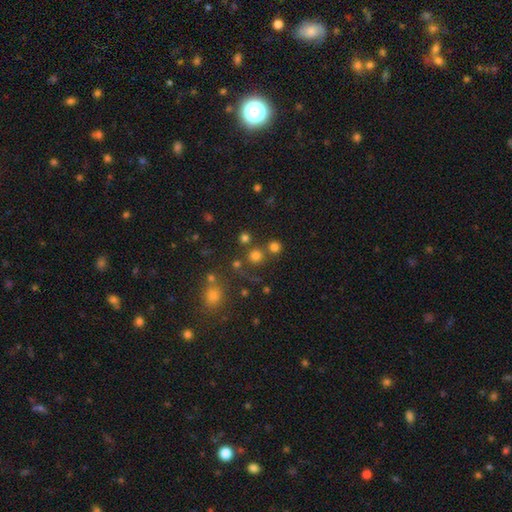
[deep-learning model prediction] Smooth or featured? Predicted: smooth (p=0.72). How rounded? Predicted: round (p=0.93). Merging? Predicted: none (p=0.72).